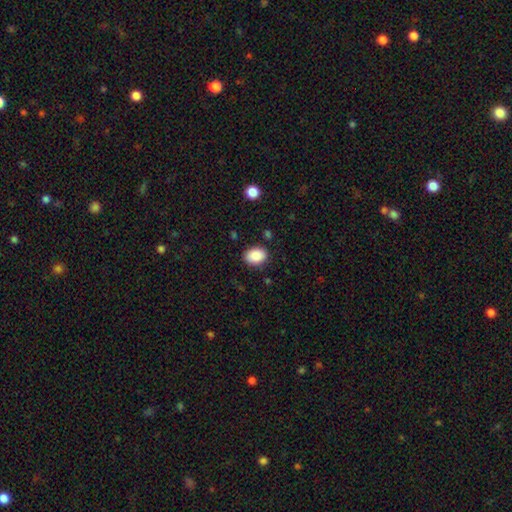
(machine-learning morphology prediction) A smooth galaxy with no disk features (88%) that is in between round and cigar-shaped (73%). Merging: none (85%).